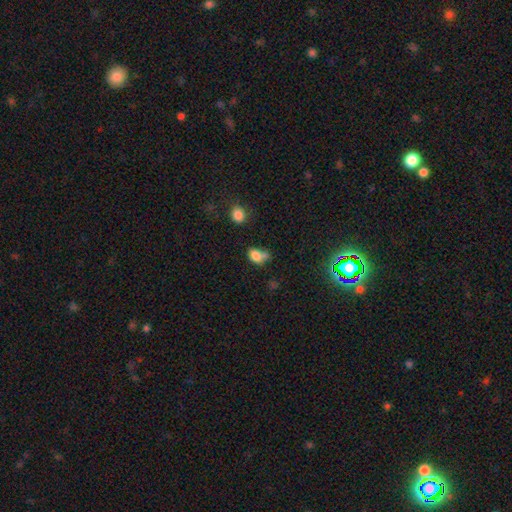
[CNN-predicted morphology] Overall: smooth (78%). How rounded: in between (69%). Merging: merger (39%; none 35%).